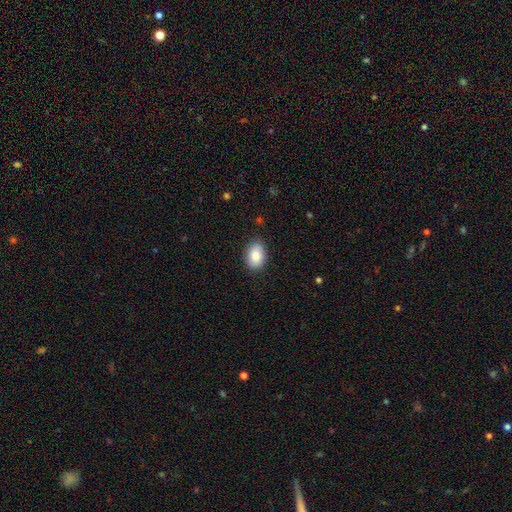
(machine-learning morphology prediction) Smooth or featured? Predicted: smooth (p=0.87). How rounded? Predicted: in between (p=0.86). Merging? Predicted: none (p=0.83).